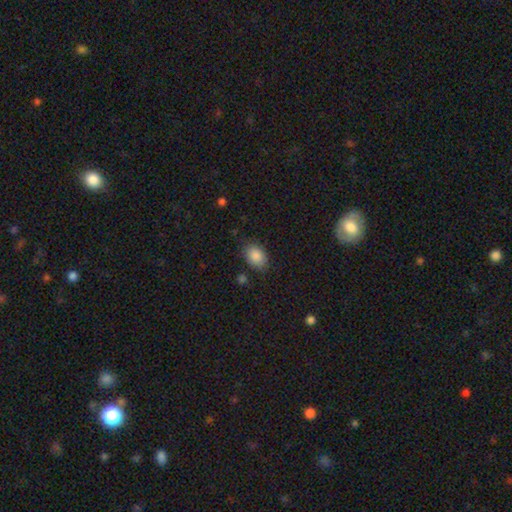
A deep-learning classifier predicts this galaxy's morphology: type=smooth (88%); roundness=in between (80%); merging=none (79%).